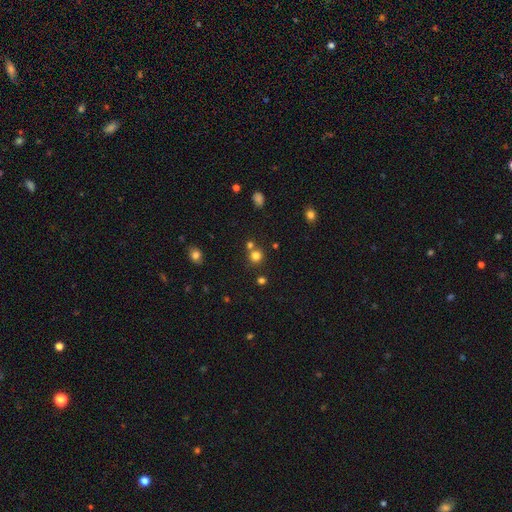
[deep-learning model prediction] Morphology: type=smooth (77%); roundness=round (91%); merging=none (68%).